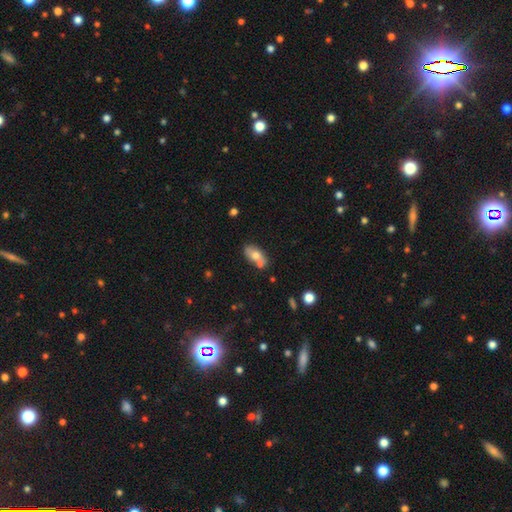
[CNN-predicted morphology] A smooth galaxy with no disk features (63%) that is in between round and cigar-shaped (87%).

Vote fractions:
- Smooth or featured? smooth: 63% / featured or disk: 29% / star or artifact: 8%
- How rounded? in between: 87% / round: 7% / cigar-shaped: 6%
- Merging? none: 54% / merger: 25% / minor disturbance: 17% / major disturbance: 5%